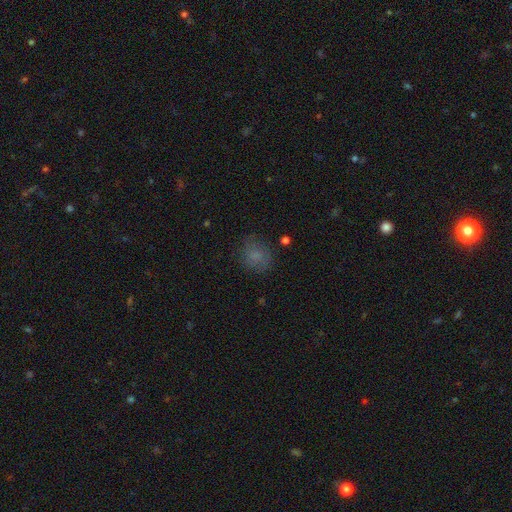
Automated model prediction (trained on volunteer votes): Smooth or featured? Predicted: smooth (p=0.74). How rounded? Predicted: round (p=0.70). Merging? Predicted: none (p=0.73).